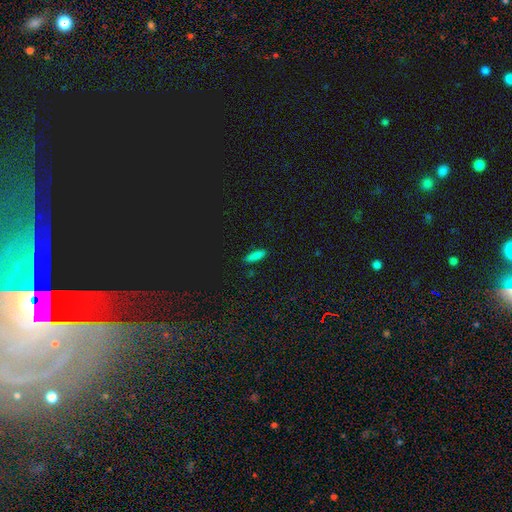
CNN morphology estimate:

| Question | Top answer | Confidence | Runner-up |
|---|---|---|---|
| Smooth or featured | smooth | 82% | star or artifact (13%) |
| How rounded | cigar-shaped | 54% | in between (44%) |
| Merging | none | 88% | minor disturbance (9%) |